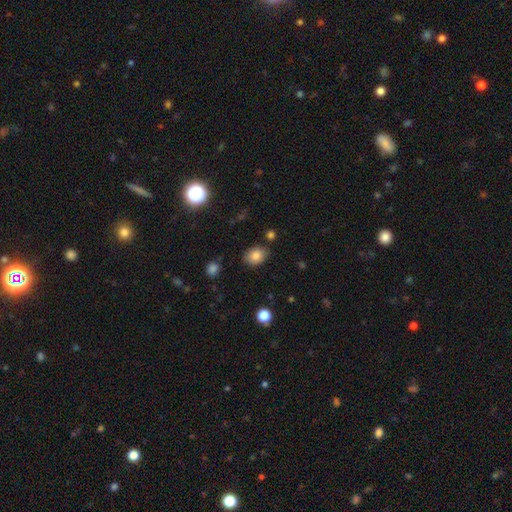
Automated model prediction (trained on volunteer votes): Smooth or featured: smooth — 83% (star or artifact — 10%)
How rounded: in between — 61% (round — 38%)
Merging: none — 80% (minor disturbance — 14%)